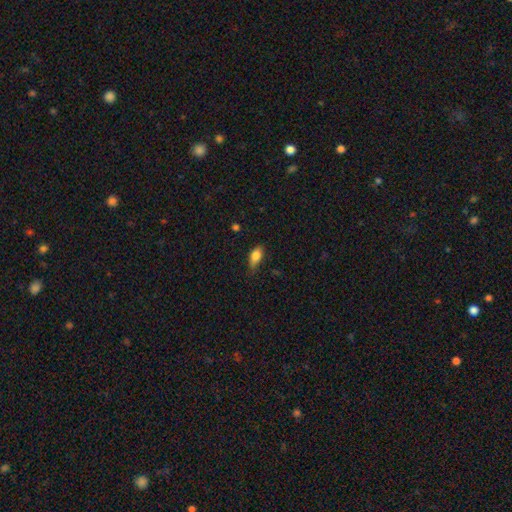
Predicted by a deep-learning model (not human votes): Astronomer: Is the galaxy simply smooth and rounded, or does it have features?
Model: smooth — 80%.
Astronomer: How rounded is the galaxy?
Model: in between — 84%.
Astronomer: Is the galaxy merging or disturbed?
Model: none — 64%.